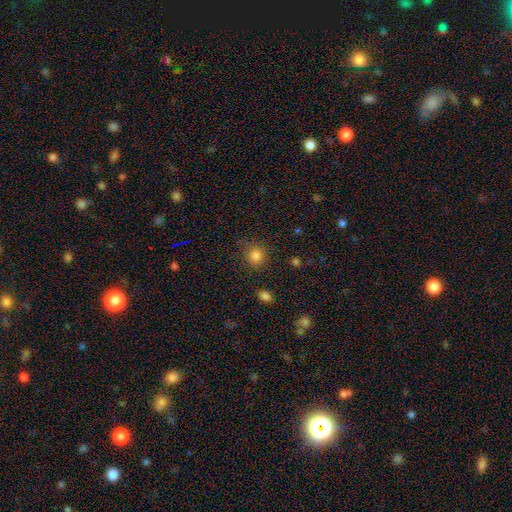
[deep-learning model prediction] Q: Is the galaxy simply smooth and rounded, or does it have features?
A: smooth — 82%.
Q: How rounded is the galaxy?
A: round — 85%.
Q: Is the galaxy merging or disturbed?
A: none — 82%.